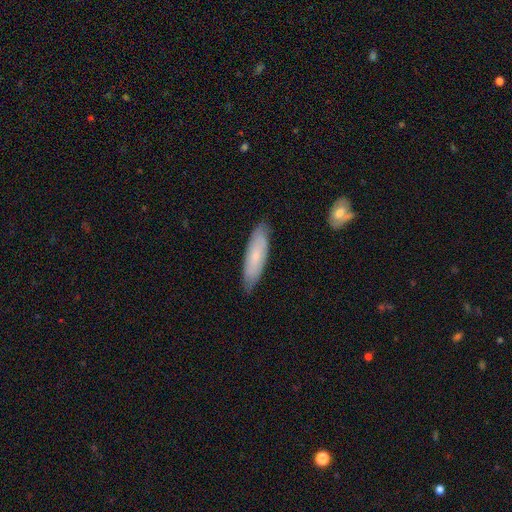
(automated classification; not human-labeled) Morphology: type=smooth (63%); roundness=cigar-shaped (58%); merging=none (82%).